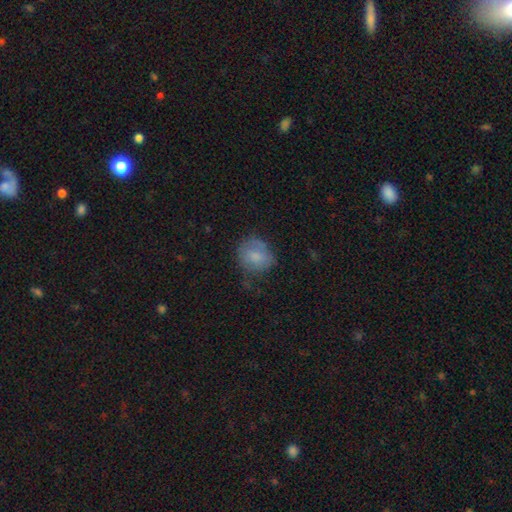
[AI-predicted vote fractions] Smooth or featured?
  - smooth: 71% *
  - featured or disk: 20%
  - star or artifact: 9%
How rounded?
  - round: 67% *
  - in between: 32%
  - cigar-shaped: 1%
Merging?
  - none: 51% *
  - minor disturbance: 31%
  - major disturbance: 16%
  - merger: 2%